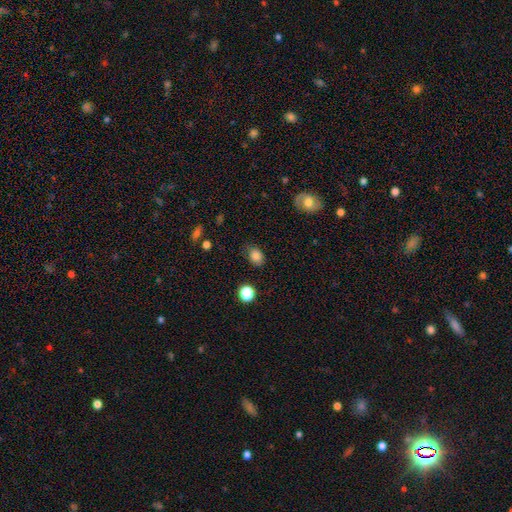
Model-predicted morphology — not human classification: Smooth or featured? smooth (83%)
How rounded? in between (65%)
Merging? none (75%)